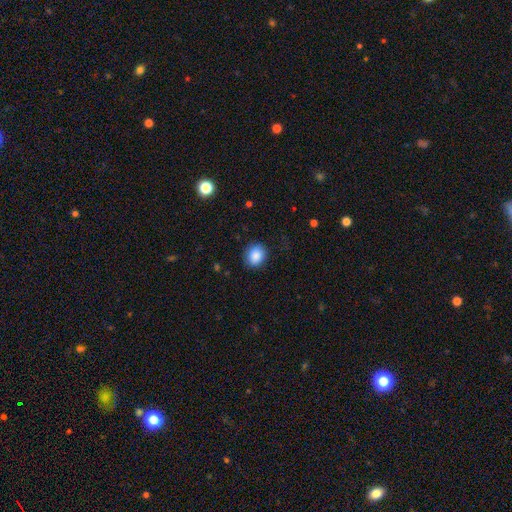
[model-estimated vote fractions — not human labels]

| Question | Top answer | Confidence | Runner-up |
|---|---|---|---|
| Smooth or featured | smooth | 87% | star or artifact (8%) |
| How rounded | round | 65% | in between (34%) |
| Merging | none | 85% | minor disturbance (11%) |